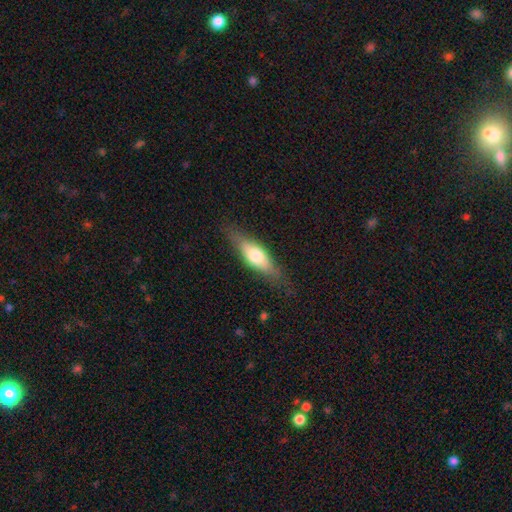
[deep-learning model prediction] Q: Smooth or featured?
A: smooth (58%); runner-up: featured or disk (36%)
Q: How rounded?
A: in between (54%); runner-up: cigar-shaped (44%)
Q: Merging?
A: none (75%); runner-up: minor disturbance (18%)